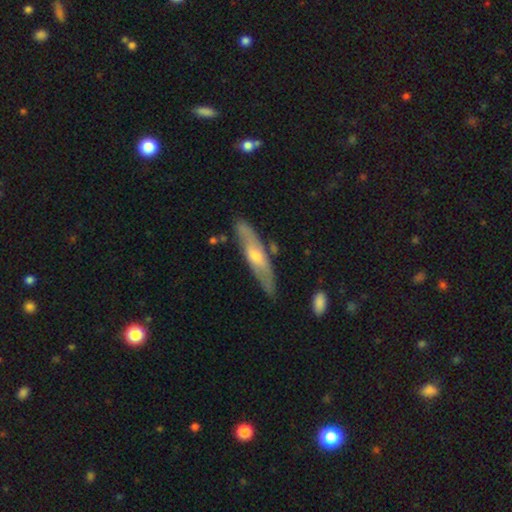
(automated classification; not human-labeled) A featured or disk galaxy (65%) viewed edge-on (67%).

Vote fractions:
- Smooth or featured? featured or disk: 65% / smooth: 28% / star or artifact: 7%
- Edge-on disk? yes: 67% / no: 33%
- Merging? none: 80% / minor disturbance: 15% / major disturbance: 3% / merger: 2%